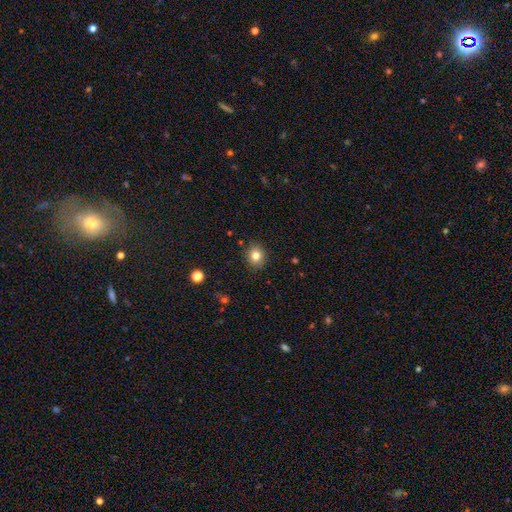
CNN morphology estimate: This is clearly a smooth galaxy (82%). How rounded: likely round (72%). Merging: clearly none (89%).